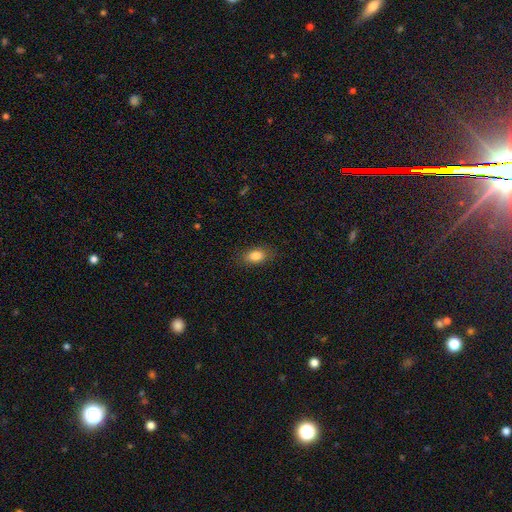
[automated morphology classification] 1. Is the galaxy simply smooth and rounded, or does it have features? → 83% smooth, 9% star or artifact, 8% featured or disk.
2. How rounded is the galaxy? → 85% in between, 11% round, 4% cigar-shaped.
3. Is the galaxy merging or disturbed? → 84% none, 12% minor disturbance, 3% major disturbance, 1% merger.